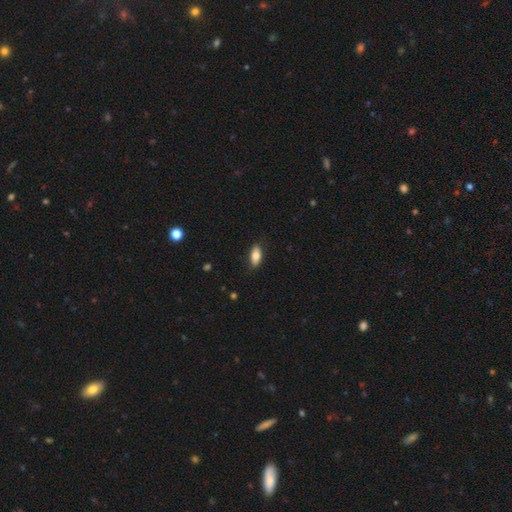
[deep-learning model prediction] Smooth or featured? smooth (78%)
How rounded? in between (86%)
Merging? none (85%)